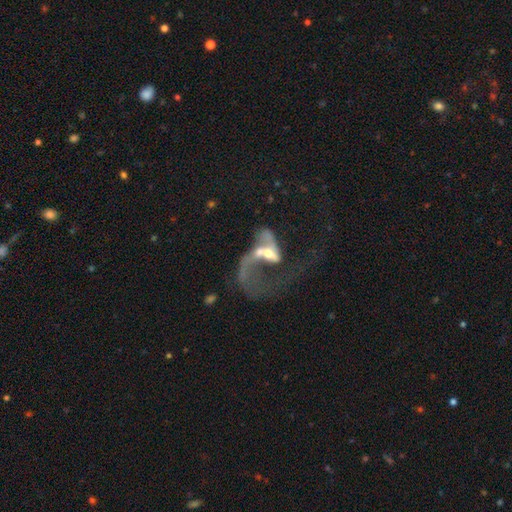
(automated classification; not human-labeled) This appears to be a featured or disk galaxy (81%) with no bar (48%), 1 (57%) loose (62%) spiral arms (85%) and a moderate central bulge (52%). Merging: major disturbance (44%).